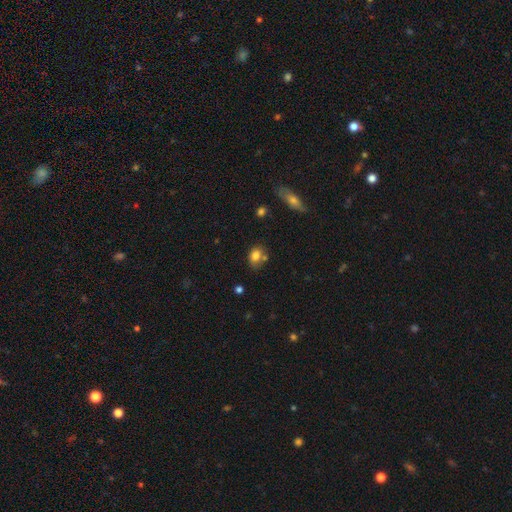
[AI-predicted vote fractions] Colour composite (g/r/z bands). It shows a smooth galaxy with no disk features (79%) that is in between round and cigar-shaped (63%). Merging: none (55%).